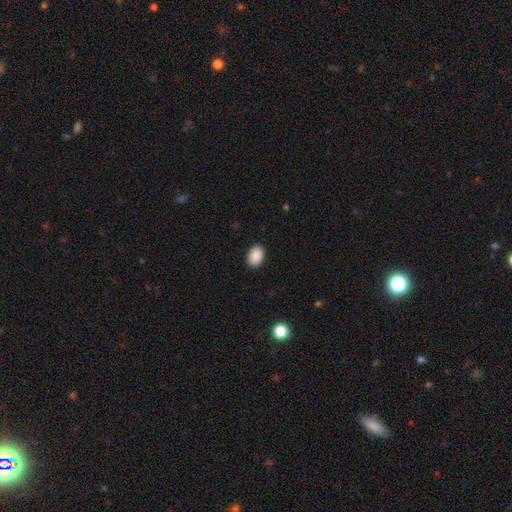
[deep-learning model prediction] Smooth or featured?
  - smooth: 90% *
  - star or artifact: 7%
  - featured or disk: 2%
How rounded?
  - in between: 79% *
  - round: 20%
  - cigar-shaped: 1%
Merging?
  - none: 90% *
  - minor disturbance: 7%
  - major disturbance: 2%
  - merger: 1%